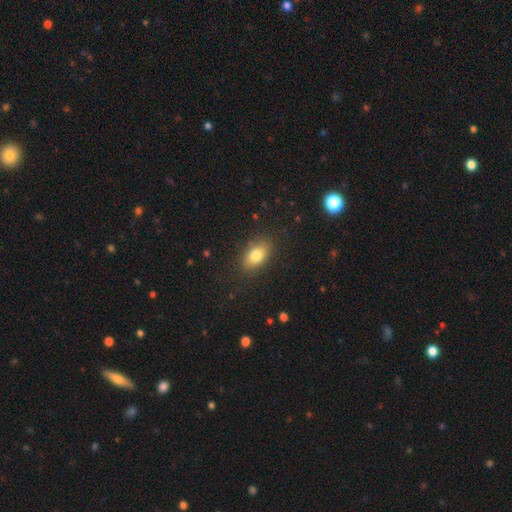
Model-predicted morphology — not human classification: smooth-or-featured: smooth: 81% | featured or disk: 10% | star or artifact: 9%
  how-rounded: in between: 87% | round: 10% | cigar-shaped: 3%
  merging: none: 84% | minor disturbance: 11% | major disturbance: 4% | merger: 1%